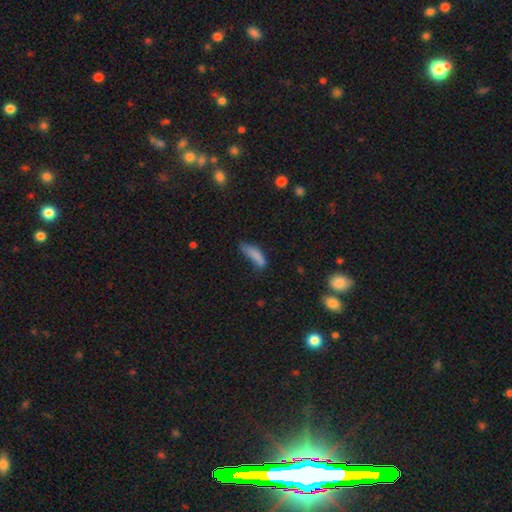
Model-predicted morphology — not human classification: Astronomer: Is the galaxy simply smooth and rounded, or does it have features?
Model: smooth — 80%.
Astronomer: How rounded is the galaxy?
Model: cigar-shaped — 52% (runner-up: in between, 45%).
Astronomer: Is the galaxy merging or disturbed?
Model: none — 38% (runner-up: minor disturbance, 36%).